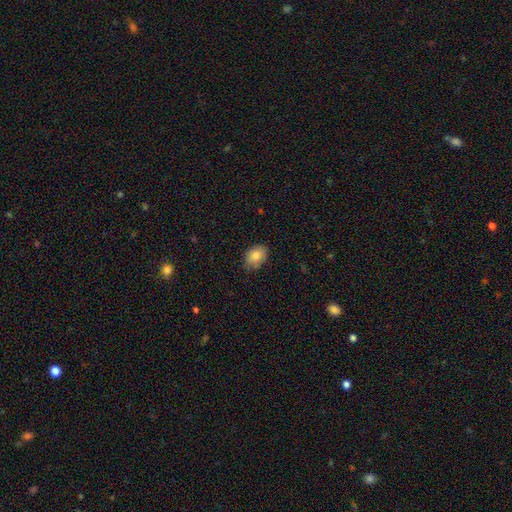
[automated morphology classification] This is clearly a smooth galaxy (85%). How rounded: likely in between (77%). Merging: likely none (77%).